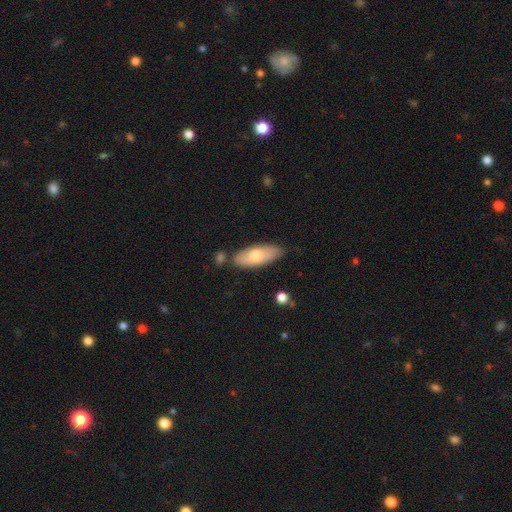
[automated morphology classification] Smooth or featured: smooth — 68% (featured or disk — 26%)
How rounded: in between — 69% (cigar-shaped — 29%)
Merging: none — 77% (minor disturbance — 15%)